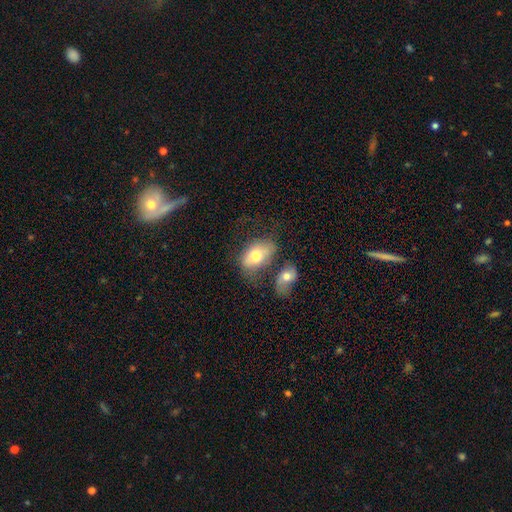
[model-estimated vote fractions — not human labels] smooth-or-featured: smooth: 70% | featured or disk: 23% | star or artifact: 7%
  how-rounded: in between: 89% | round: 9% | cigar-shaped: 2%
  merging: none: 39% | merger: 29% | minor disturbance: 20% | major disturbance: 12%